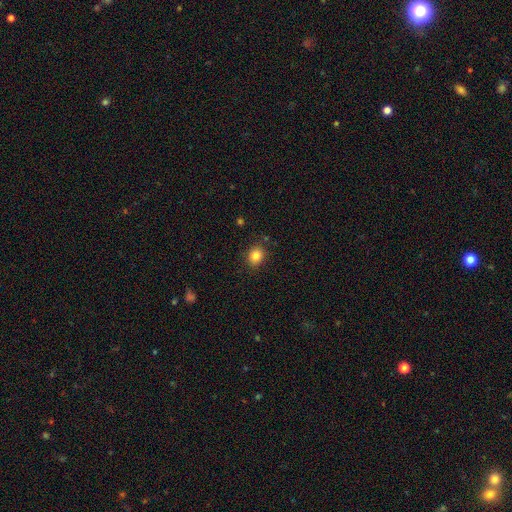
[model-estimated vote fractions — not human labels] smooth-or-featured: smooth: 84% | star or artifact: 10% | featured or disk: 6%
  how-rounded: round: 61% | in between: 38% | cigar-shaped: 1%
  merging: none: 86% | minor disturbance: 9% | major disturbance: 2% | merger: 2%